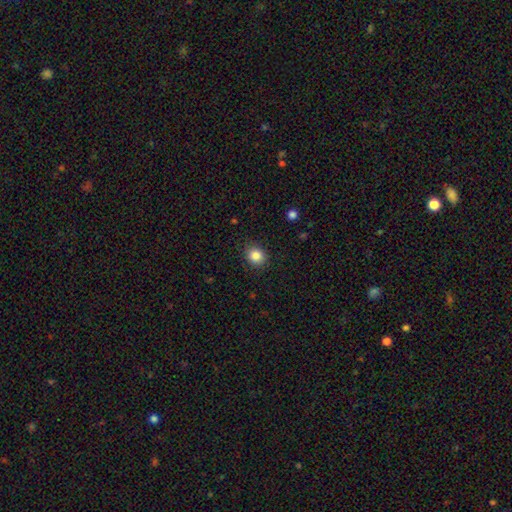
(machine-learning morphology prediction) type=smooth (85%); roundness=round (78%); merging=none (88%).